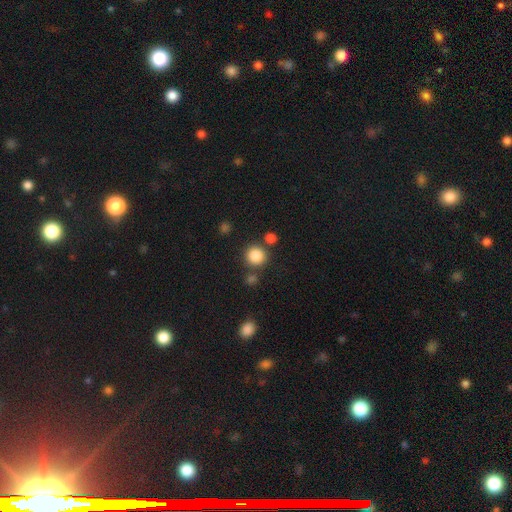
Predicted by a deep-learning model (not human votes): Overall: smooth (85%). How rounded: round (92%). Merging: none (78%).